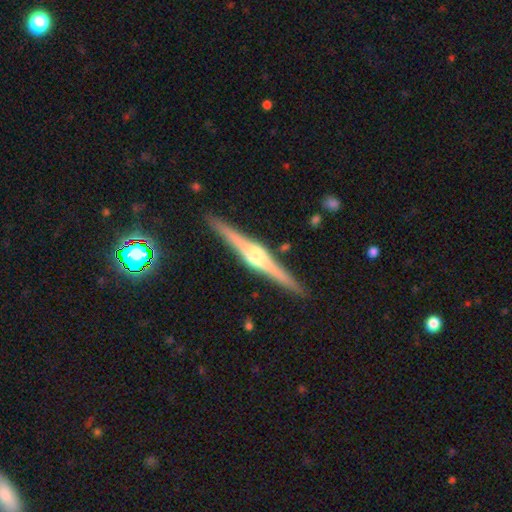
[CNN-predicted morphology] type=featured or disk (84%); edge-on=yes (98%); edge-on bulge=rounded (92%); merging=none (91%).